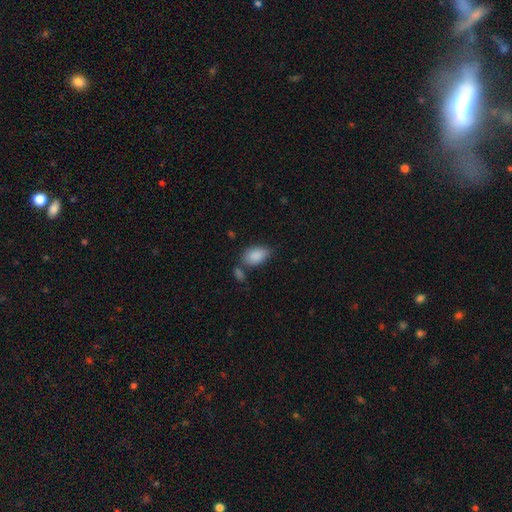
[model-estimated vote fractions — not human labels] Overall: smooth (88%). How rounded: in between (92%). Merging: none (63%).